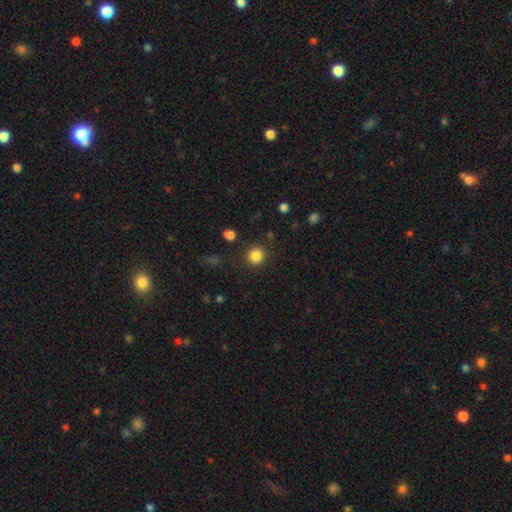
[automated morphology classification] Smooth or featured?
  - smooth: 85% *
  - star or artifact: 11%
  - featured or disk: 4%
How rounded?
  - round: 90% *
  - in between: 9%
  - cigar-shaped: 1%
Merging?
  - none: 88% *
  - minor disturbance: 7%
  - major disturbance: 3%
  - merger: 2%